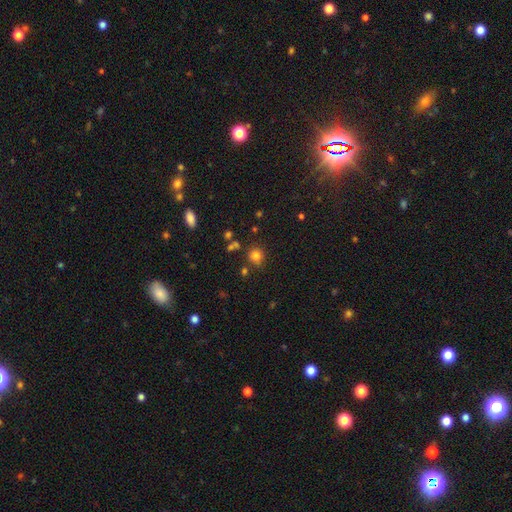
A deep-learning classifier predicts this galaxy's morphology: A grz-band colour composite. It shows a smooth galaxy with no disk features (78%) that is round (88%). Merging: none (79%).